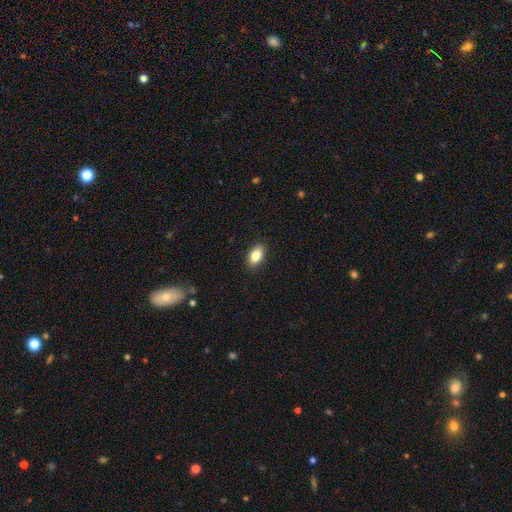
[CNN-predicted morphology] This is clearly a smooth galaxy (84%). How rounded: clearly in between (90%). Merging: clearly none (88%).